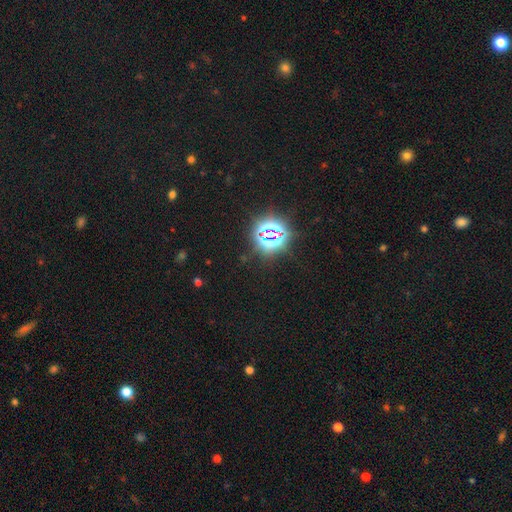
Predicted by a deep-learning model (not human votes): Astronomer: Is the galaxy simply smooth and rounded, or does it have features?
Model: star or artifact — 78%.